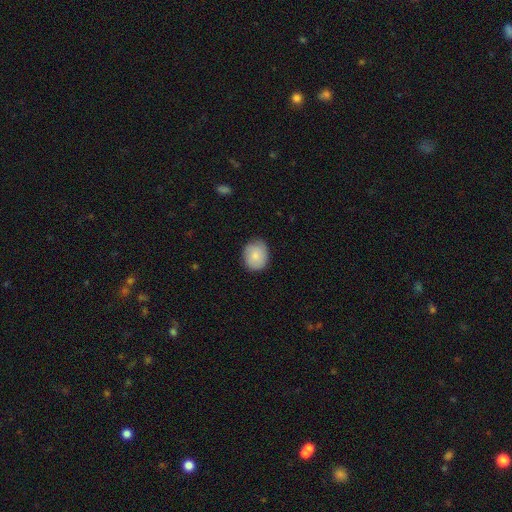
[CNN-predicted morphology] smooth_or_featured: smooth (p=0.82) [alt: featured or disk p=0.11]
how_rounded: round (p=0.66) [alt: in between p=0.33]
merging: none (p=0.79) [alt: minor disturbance p=0.17]